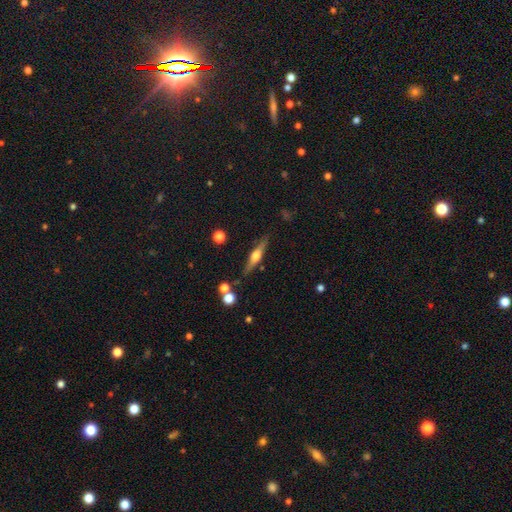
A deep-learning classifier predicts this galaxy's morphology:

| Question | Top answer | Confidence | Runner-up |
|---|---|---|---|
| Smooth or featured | featured or disk | 65% | smooth (29%) |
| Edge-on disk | yes | 95% | no (5%) |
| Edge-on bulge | rounded | 89% | boxy (7%) |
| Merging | none | 82% | minor disturbance (11%) |